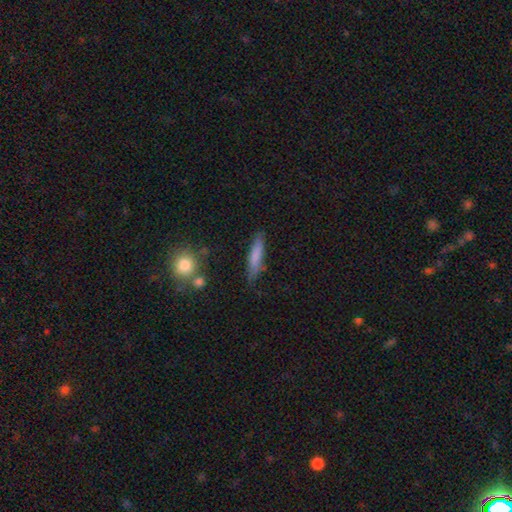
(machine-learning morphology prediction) Overall: smooth (75%). How rounded: cigar-shaped (84%). Merging: none (77%).